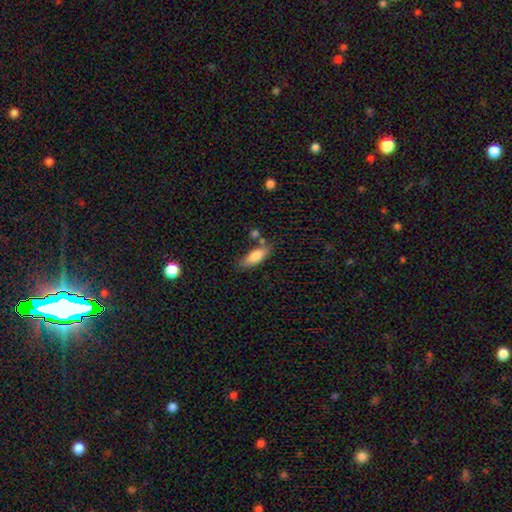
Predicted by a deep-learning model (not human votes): Smooth or featured? smooth (81%)
How rounded? in between (69%)
Merging? none (67%)